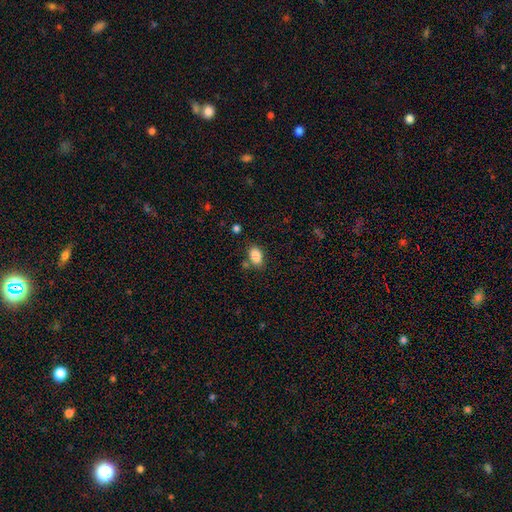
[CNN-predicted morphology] Smooth or featured: smooth — 87% (star or artifact — 9%)
How rounded: in between — 88% (round — 10%)
Merging: none — 75% (minor disturbance — 13%)